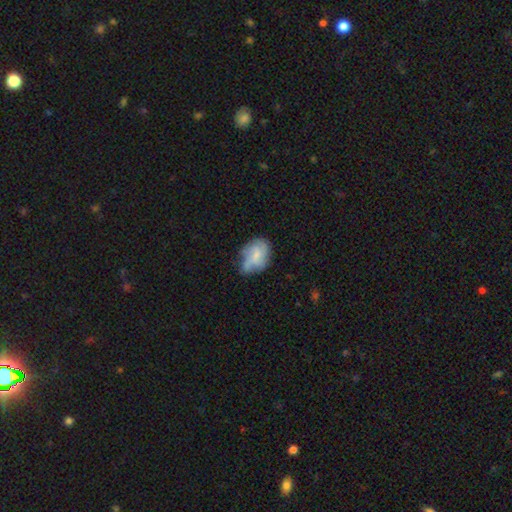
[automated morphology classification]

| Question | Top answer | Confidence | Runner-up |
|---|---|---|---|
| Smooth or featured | smooth | 49% | featured or disk (43%) |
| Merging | none | 42% | minor disturbance (36%) |